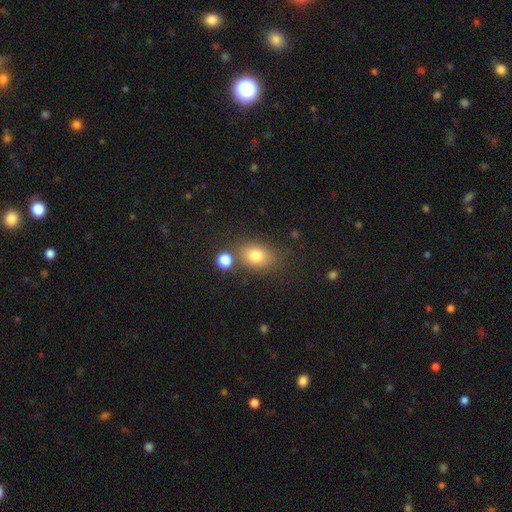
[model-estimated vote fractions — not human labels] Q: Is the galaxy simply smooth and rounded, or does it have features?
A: smooth — 78%.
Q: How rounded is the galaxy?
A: in between — 65%.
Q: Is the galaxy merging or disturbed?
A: none — 69%.